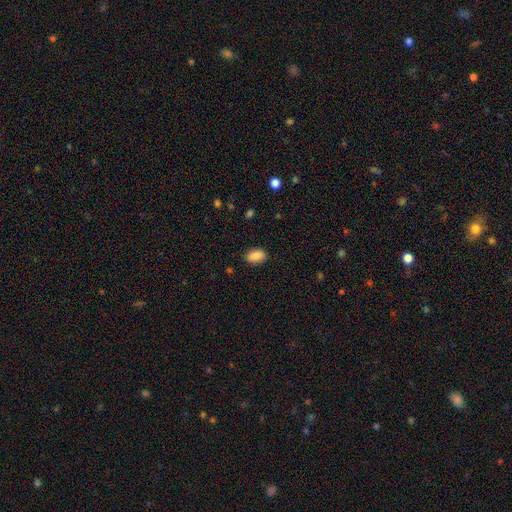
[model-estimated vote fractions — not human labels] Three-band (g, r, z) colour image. It shows a smooth galaxy with no disk features (88%) that is in between round and cigar-shaped (89%). Merging: none (87%).